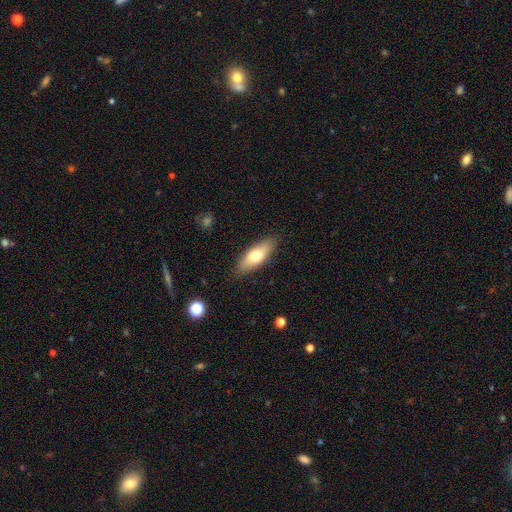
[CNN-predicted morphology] Overall: smooth (69%). How rounded: in between (66%; cigar-shaped 32%). Merging: none (86%).